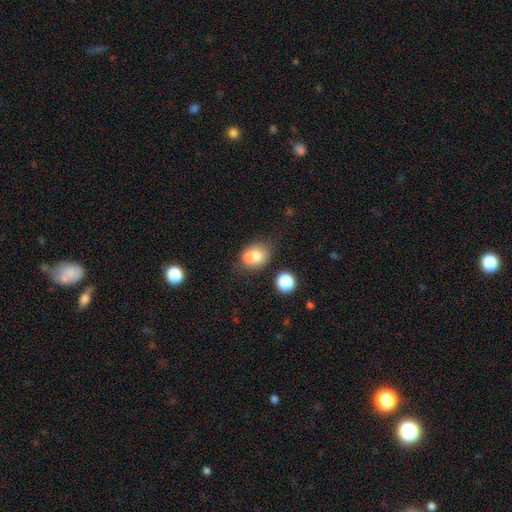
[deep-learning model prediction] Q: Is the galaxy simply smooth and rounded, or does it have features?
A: smooth — 68%.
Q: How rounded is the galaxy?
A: round — 59%.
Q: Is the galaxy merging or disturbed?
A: merger — 51%.